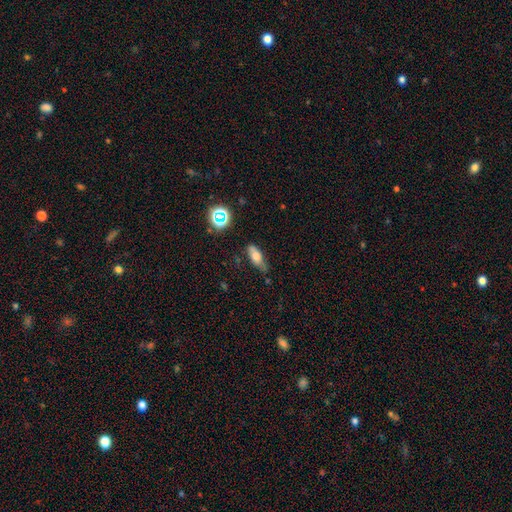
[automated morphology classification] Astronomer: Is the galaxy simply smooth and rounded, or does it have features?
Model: smooth — 67%.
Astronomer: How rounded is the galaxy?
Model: in between — 68%.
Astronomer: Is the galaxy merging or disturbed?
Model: none — 62%.